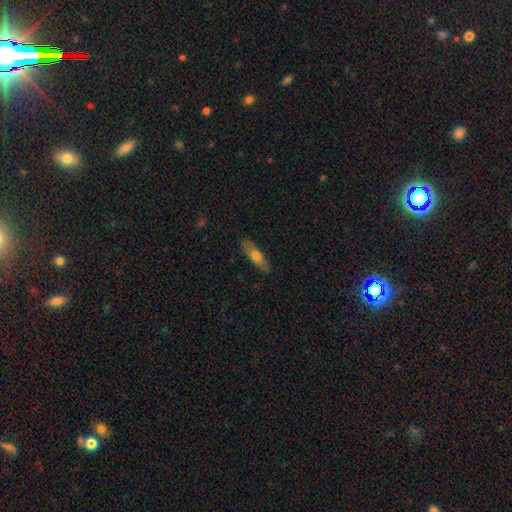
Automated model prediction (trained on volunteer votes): Smooth or featured? smooth (64%)
How rounded? cigar-shaped (54%)
Merging? none (83%)